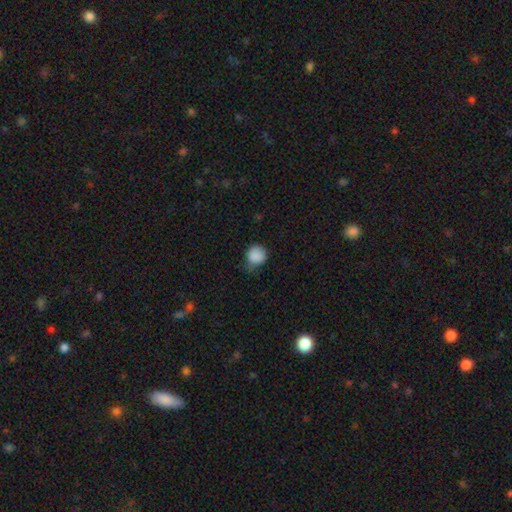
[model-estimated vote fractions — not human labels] smooth-or-featured: smooth: 86% | star or artifact: 9% | featured or disk: 4%
  how-rounded: round: 86% | in between: 13% | cigar-shaped: 1%
  merging: none: 54% | minor disturbance: 34% | major disturbance: 10% | merger: 2%